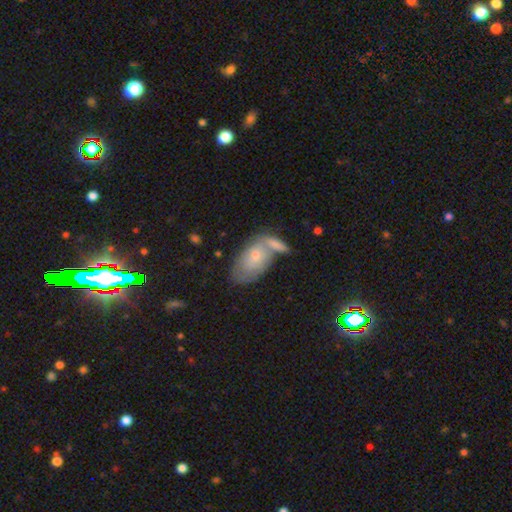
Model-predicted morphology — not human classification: A smooth galaxy with no disk features (55%) that is in between round and cigar-shaped (91%). Merging: merger (39%).